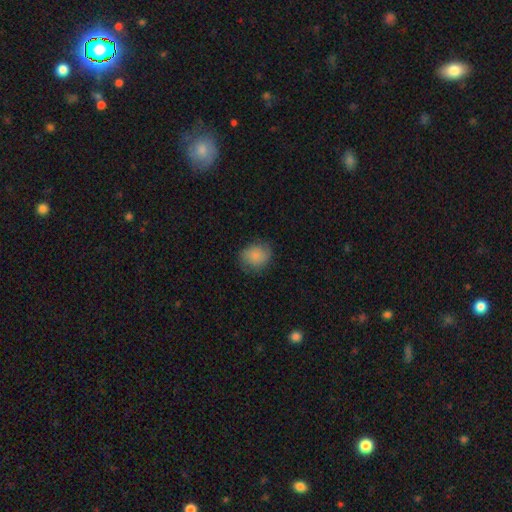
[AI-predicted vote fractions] The model was most divided on "how rounded": round: 64%, in between: 35%, cigar-shaped: 1%. More confident: smooth or featured — smooth (82%); merging — none (76%).